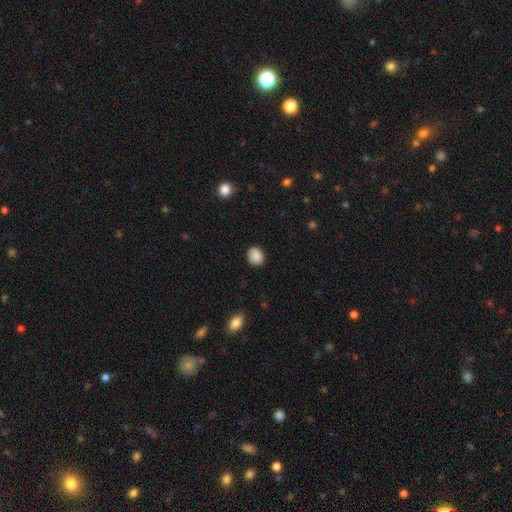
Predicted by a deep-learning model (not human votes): smooth 89%, star or artifact 8%, featured or disk 3%. Down the decision tree: how rounded — round (58%); merging — none (89%).